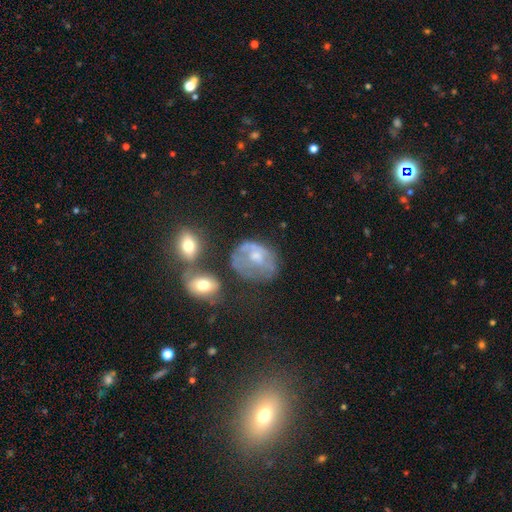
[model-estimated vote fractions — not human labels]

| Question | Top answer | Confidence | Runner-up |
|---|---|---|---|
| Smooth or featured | featured or disk | 49% | smooth (40%) |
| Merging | none | 35% | major disturbance (27%) |